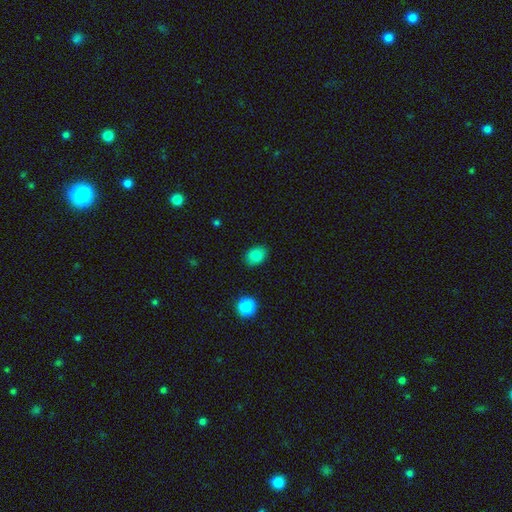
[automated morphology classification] type=smooth (86%); roundness=in between (69%); merging=none (87%).